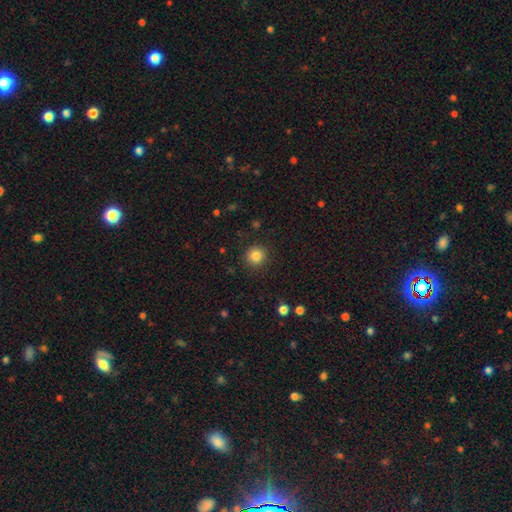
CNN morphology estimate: A smooth galaxy with no disk features (84%) that is round (94%).

Vote fractions:
- Smooth or featured? smooth: 84% / star or artifact: 11% / featured or disk: 5%
- How rounded? round: 94% / in between: 5% / cigar-shaped: 1%
- Merging? none: 91% / minor disturbance: 6% / major disturbance: 2% / merger: 1%